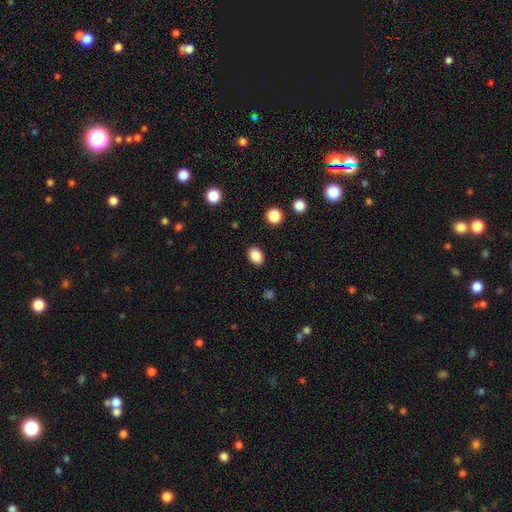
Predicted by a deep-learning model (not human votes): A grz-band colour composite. It shows a smooth galaxy with no disk features (87%) that is in between round and cigar-shaped (72%). Merging: none (89%).